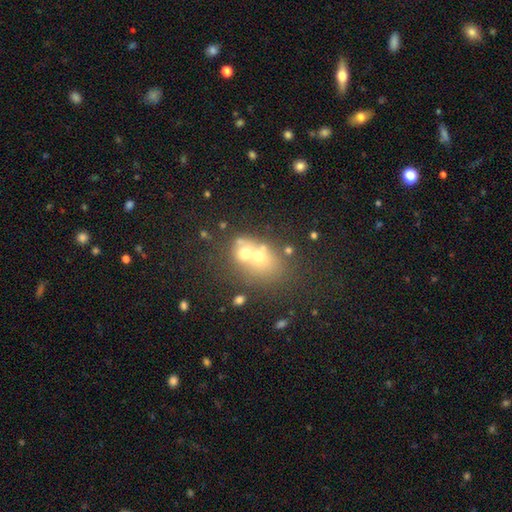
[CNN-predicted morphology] A smooth galaxy with no disk features (54%) that is round (53%). Merging: merger (55%).